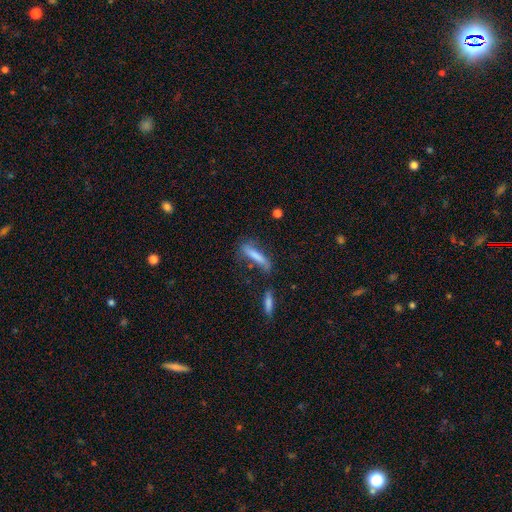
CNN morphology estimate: type=smooth (72%); roundness=cigar-shaped (84%); merging=none (54%).